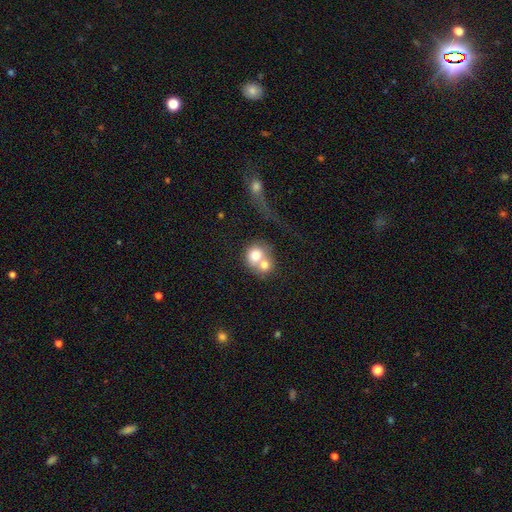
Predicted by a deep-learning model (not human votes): This appears to be a smooth galaxy with no disk features (69%) that is round (73%). Merging: merger (67%).